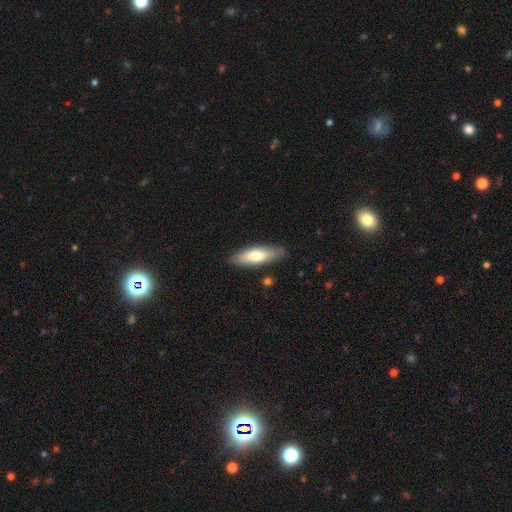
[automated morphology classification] Q: Smooth or featured?
A: smooth (69%); runner-up: featured or disk (26%)
Q: How rounded?
A: cigar-shaped (51%); runner-up: in between (47%)
Q: Merging?
A: none (86%); runner-up: minor disturbance (11%)